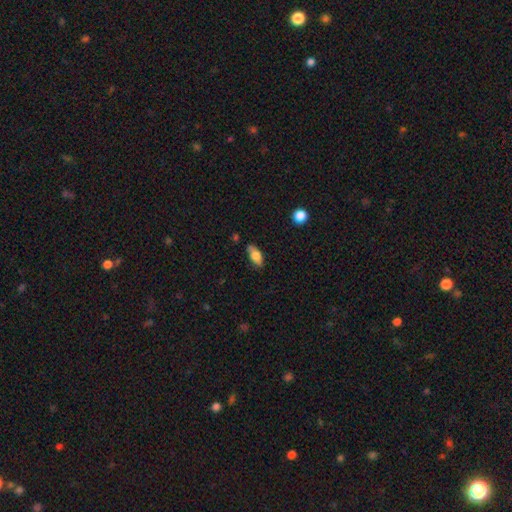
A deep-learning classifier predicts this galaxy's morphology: A smooth galaxy with no disk features (73%) that is in between round and cigar-shaped (83%). Merging: none (75%).